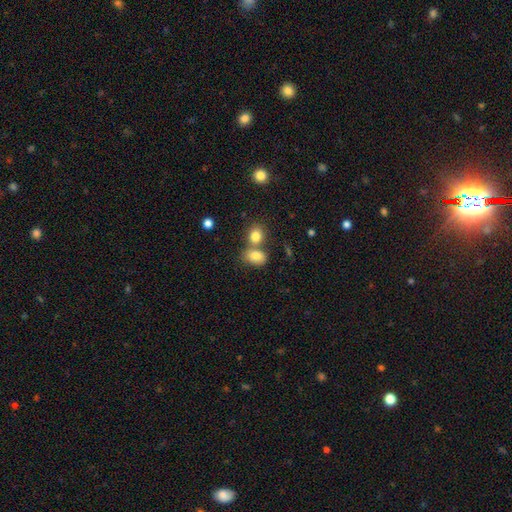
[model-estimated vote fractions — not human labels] smooth 81%, star or artifact 10%, featured or disk 9%. Down the decision tree: how rounded — in between (73%); merging — none (43%, tied with merger).